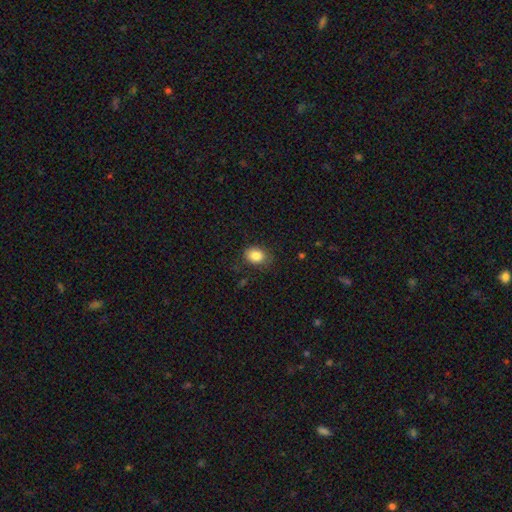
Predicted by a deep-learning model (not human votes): smooth_or_featured: smooth (p=0.85) [alt: star or artifact p=0.09]
how_rounded: in between (p=0.63) [alt: round p=0.36]
merging: none (p=0.78) [alt: minor disturbance p=0.16]